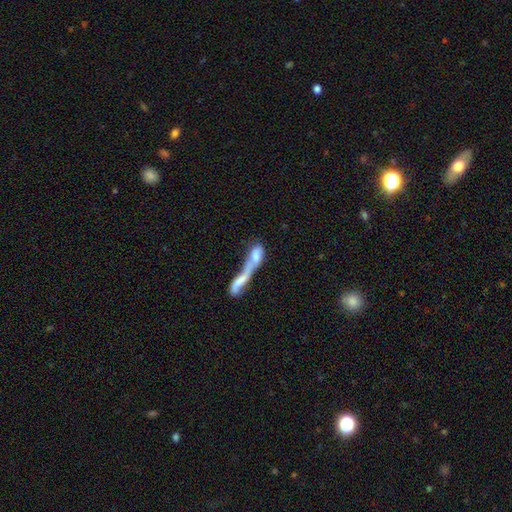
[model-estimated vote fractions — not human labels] Smooth or featured? smooth (60%)
How rounded? in between (49%)
Merging? merger (77%)